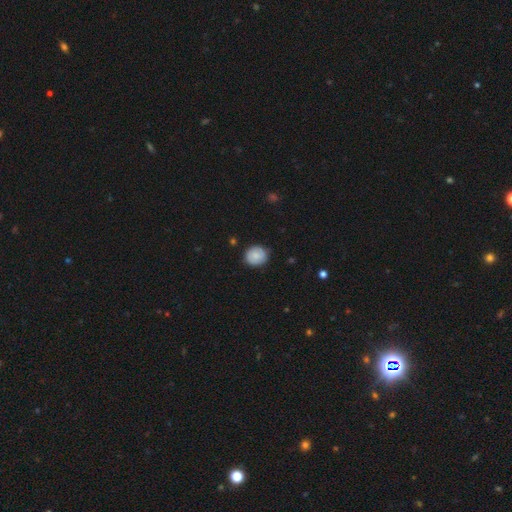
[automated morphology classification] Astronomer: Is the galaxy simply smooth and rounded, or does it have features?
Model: smooth — 83%.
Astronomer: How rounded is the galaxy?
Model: round — 82%.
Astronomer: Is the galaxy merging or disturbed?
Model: none — 83%.